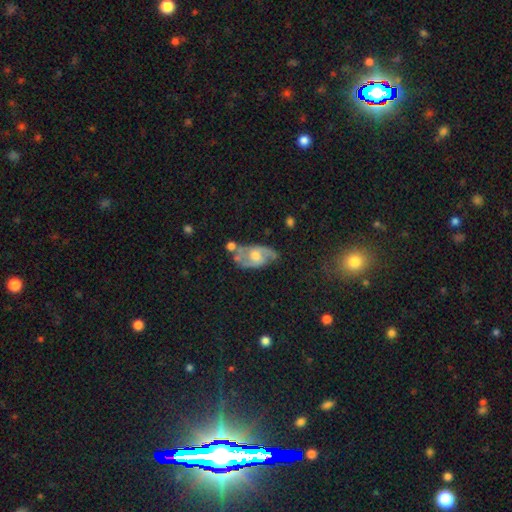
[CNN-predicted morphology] This appears to be a featured or disk galaxy (71%) with no bar (59%), 2 (79%) medium (49%) spiral arms (84%) and a moderate central bulge (66%). Merging: none (54%).